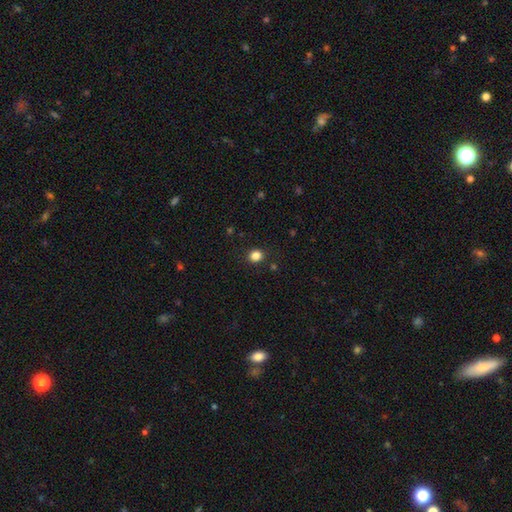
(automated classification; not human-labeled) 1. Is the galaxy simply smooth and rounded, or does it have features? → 84% smooth, 12% star or artifact, 4% featured or disk.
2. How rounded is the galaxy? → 74% round, 25% in between, 1% cigar-shaped.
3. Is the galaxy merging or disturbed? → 89% none, 7% minor disturbance, 2% major disturbance, 1% merger.